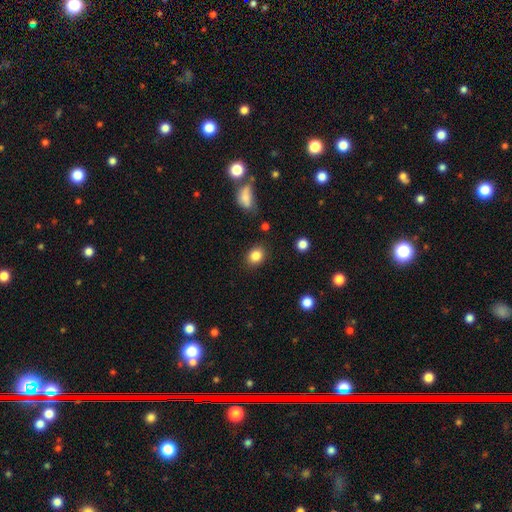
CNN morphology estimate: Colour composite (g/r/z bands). It shows a smooth galaxy with no disk features (85%) that is round (57%). Merging: none (85%).